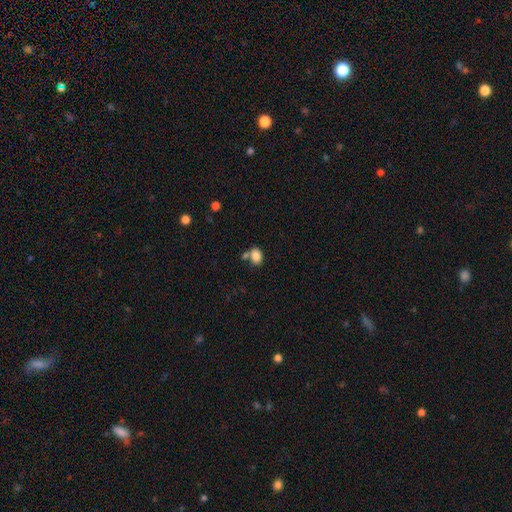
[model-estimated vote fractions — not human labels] Smooth or featured? Predicted: smooth (p=0.84). How rounded? Predicted: in between (p=0.73). Merging? Predicted: none (p=0.51).